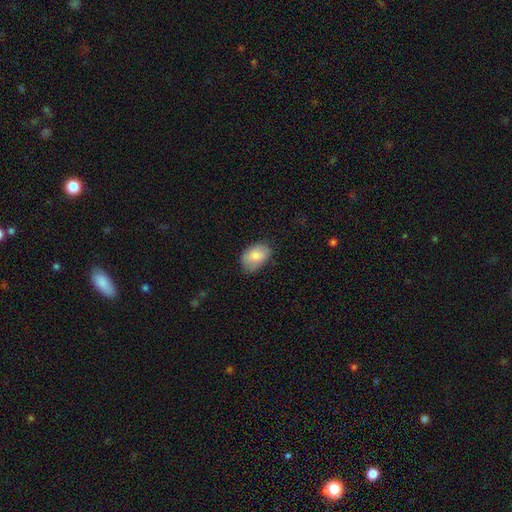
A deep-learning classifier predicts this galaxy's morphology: Q: Smooth or featured?
A: smooth (83%); runner-up: featured or disk (10%)
Q: How rounded?
A: in between (87%); runner-up: round (12%)
Q: Merging?
A: none (71%); runner-up: minor disturbance (23%)